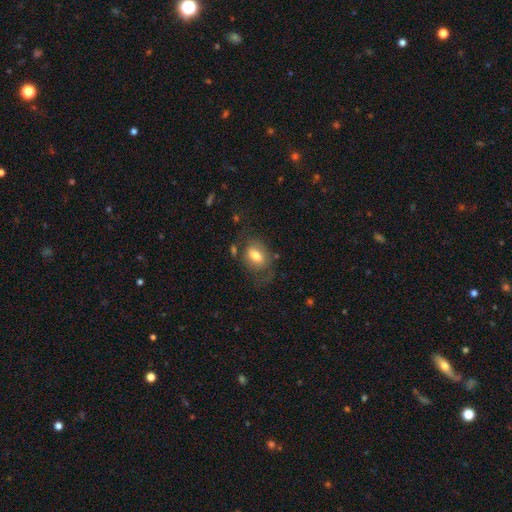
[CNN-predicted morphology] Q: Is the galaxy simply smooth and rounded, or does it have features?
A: smooth — 70%.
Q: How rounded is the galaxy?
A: in between — 76%.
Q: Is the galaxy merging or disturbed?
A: none — 54%.